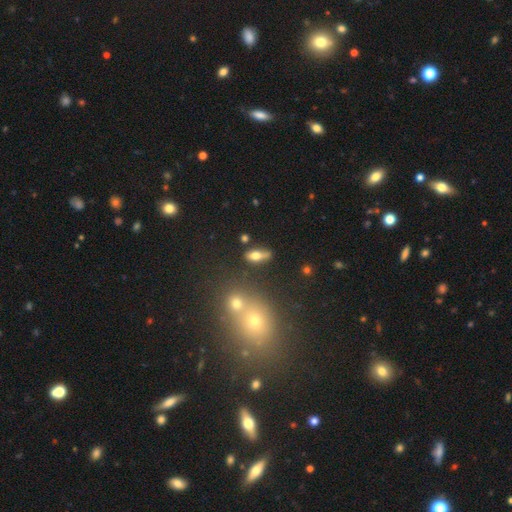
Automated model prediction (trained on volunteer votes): A smooth galaxy with no disk features (58%) that is in between round and cigar-shaped (67%). Merging: none (67%).